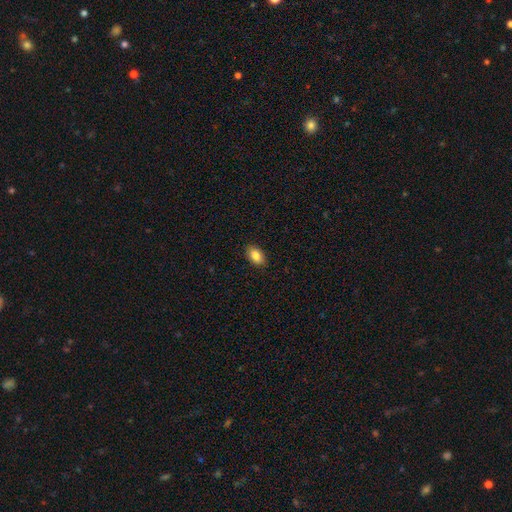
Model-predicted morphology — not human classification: This appears to be a smooth galaxy with no disk features (86%) that is in between round and cigar-shaped (91%). Merging: none (88%).